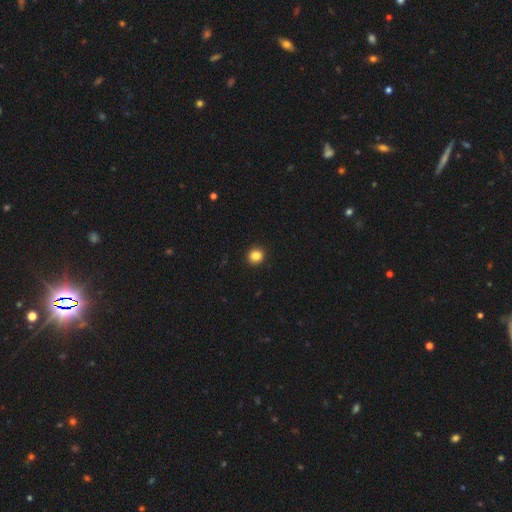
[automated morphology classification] Overall: smooth (87%). How rounded: round (87%). Merging: none (92%).